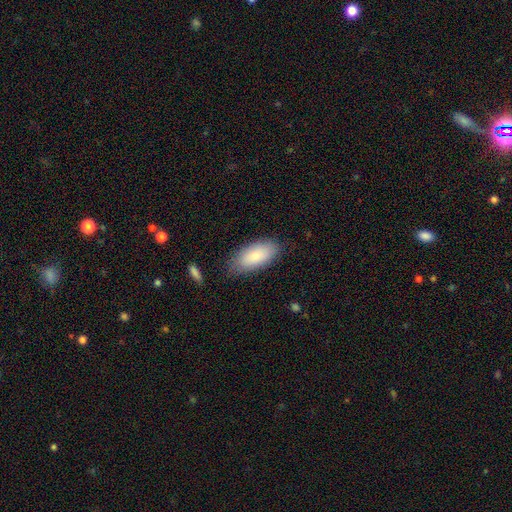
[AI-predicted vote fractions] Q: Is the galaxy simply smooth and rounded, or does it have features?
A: smooth — 84%.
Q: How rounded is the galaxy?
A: in between — 89%.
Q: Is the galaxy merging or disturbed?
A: none — 79%.